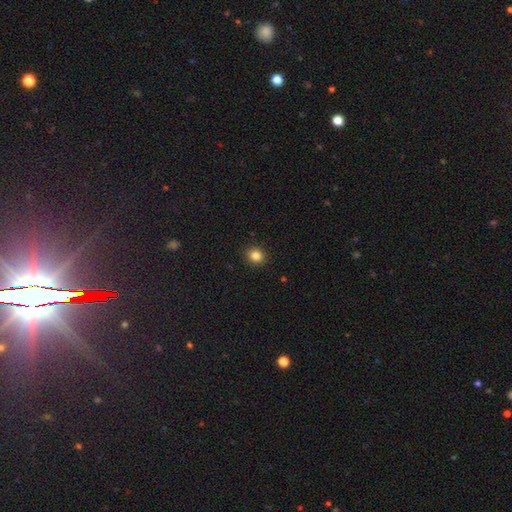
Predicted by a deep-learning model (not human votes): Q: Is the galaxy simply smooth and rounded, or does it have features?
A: smooth — 84%.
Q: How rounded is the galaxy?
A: round — 79%.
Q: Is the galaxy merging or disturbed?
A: none — 92%.